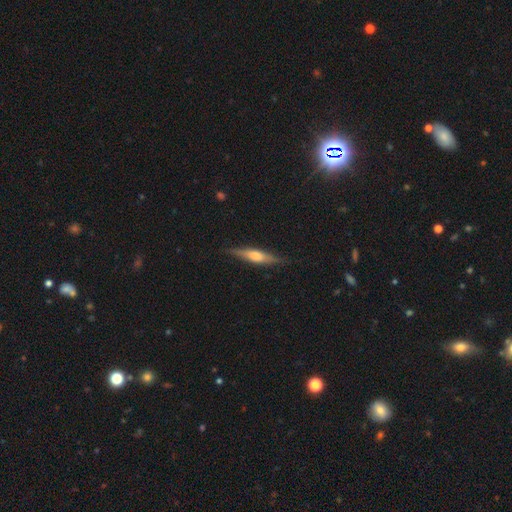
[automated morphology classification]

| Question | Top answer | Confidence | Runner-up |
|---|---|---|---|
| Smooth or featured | featured or disk | 51% | smooth (43%) |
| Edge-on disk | yes | 94% | no (6%) |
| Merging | none | 85% | minor disturbance (12%) |